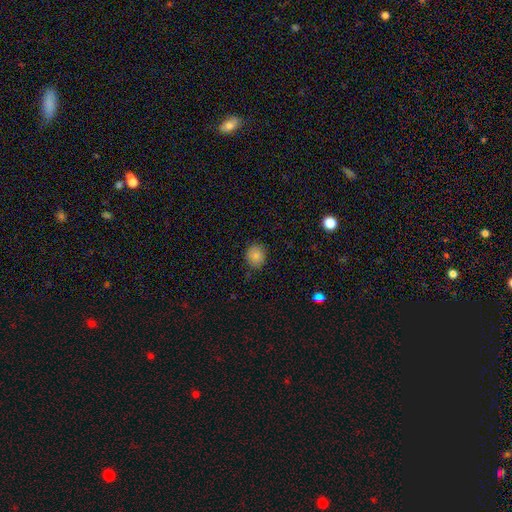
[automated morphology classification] Q: Smooth or featured?
A: smooth (85%); runner-up: star or artifact (10%)
Q: How rounded?
A: round (77%); runner-up: in between (22%)
Q: Merging?
A: none (86%); runner-up: minor disturbance (10%)